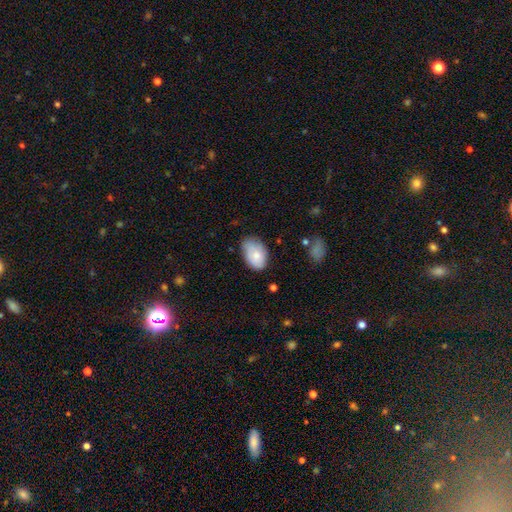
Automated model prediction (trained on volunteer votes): smooth 76%, featured or disk 17%, star or artifact 7%. Down the decision tree: how rounded — in between (89%); merging — none (58%).